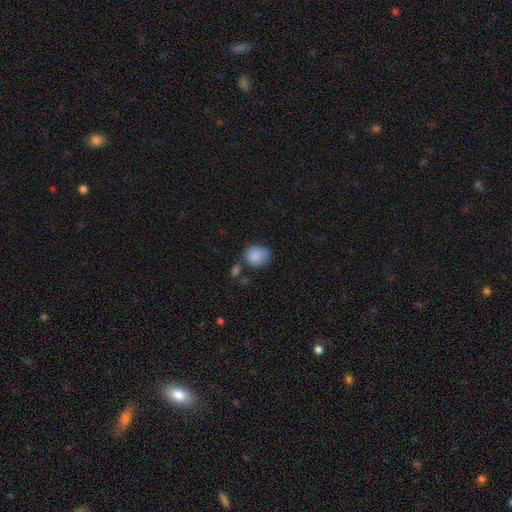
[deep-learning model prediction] This is clearly a smooth galaxy (87%). How rounded: likely round (69%). Merging: possibly none (56%).